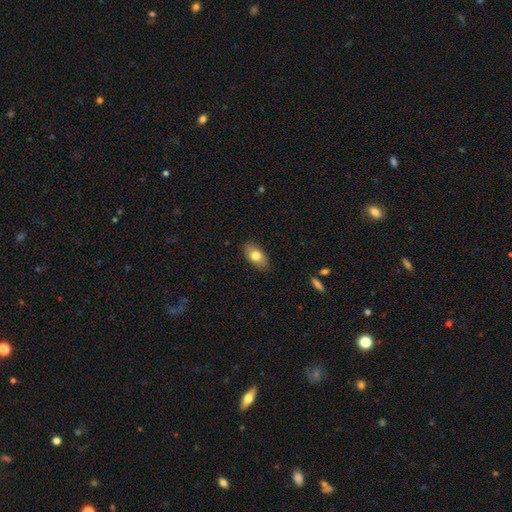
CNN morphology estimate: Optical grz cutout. It shows a smooth galaxy with no disk features (75%) that is in between round and cigar-shaped (90%). Merging: none (86%).